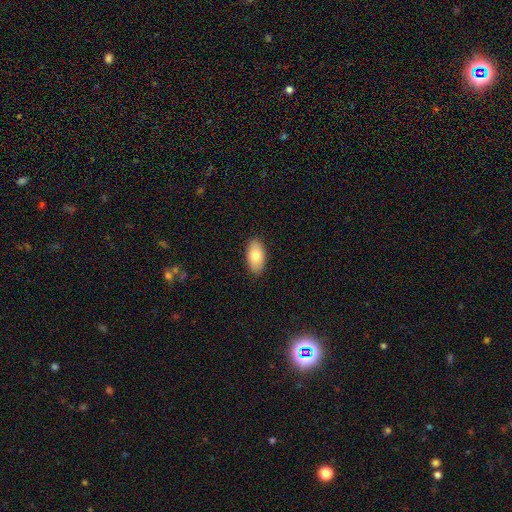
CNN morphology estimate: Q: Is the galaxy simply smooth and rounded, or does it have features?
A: smooth — 78%.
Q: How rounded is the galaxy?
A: in between — 94%.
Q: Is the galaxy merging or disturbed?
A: none — 88%.